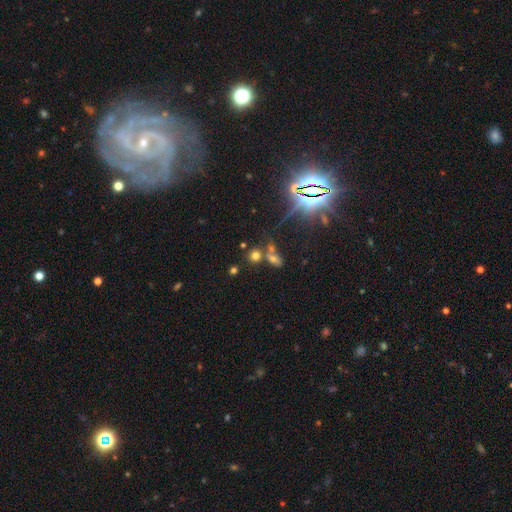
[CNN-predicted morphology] Smooth or featured? smooth (57%)
How rounded? round (75%)
Merging? none (55%)